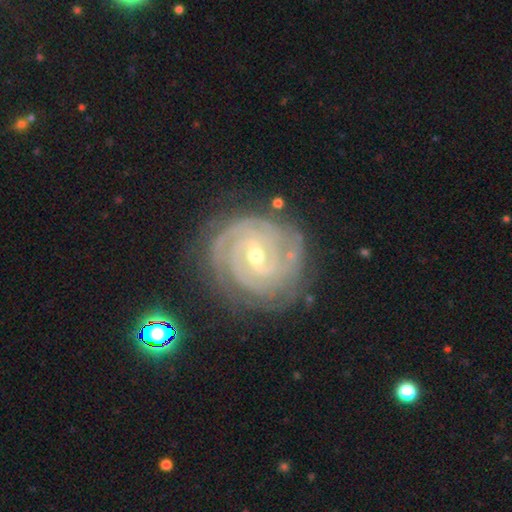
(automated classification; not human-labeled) A featured or disk galaxy (91%) with a weak bar (53%), 3 (29%) tight (83%) spiral arms (98%) and a small central bulge (50%). Merging: none (79%).